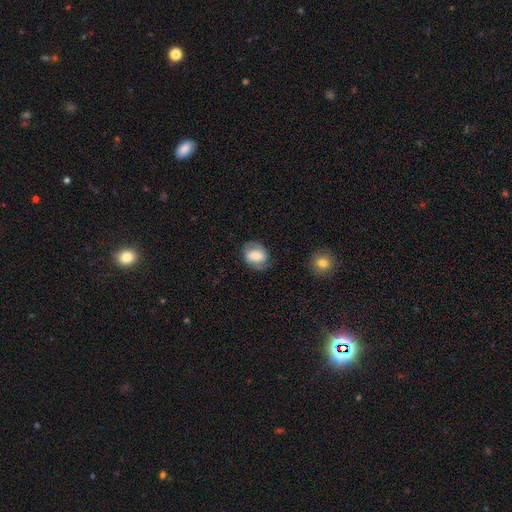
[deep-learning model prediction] A smooth galaxy with no disk features (55%) that is in between round and cigar-shaped (55%). Merging: none (76%).